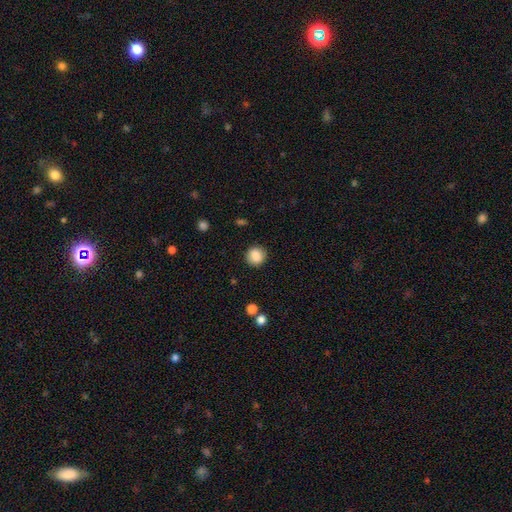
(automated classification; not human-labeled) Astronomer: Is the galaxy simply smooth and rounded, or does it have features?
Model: smooth — 83%.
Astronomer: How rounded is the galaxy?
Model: round — 80%.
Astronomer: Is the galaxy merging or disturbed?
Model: none — 87%.